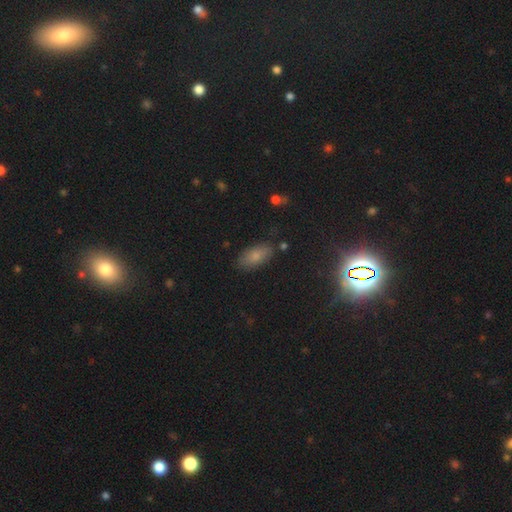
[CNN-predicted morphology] A smooth galaxy with no disk features (77%) that is in between round and cigar-shaped (90%).

Vote fractions:
- Smooth or featured? smooth: 77% / star or artifact: 12% / featured or disk: 11%
- How rounded? in between: 90% / cigar-shaped: 7% / round: 4%
- Merging? none: 81% / minor disturbance: 13% / major disturbance: 3% / merger: 2%